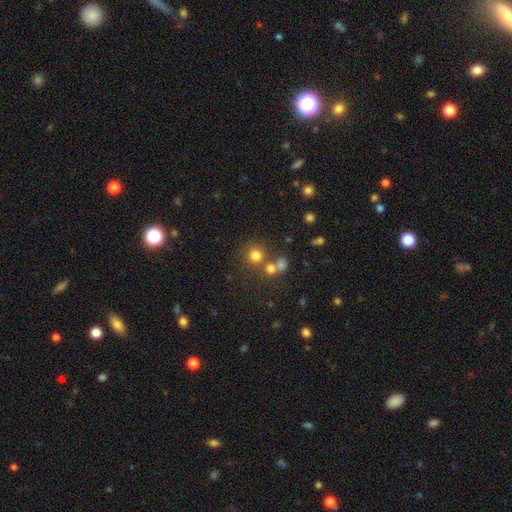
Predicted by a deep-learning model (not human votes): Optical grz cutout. It shows a smooth galaxy with no disk features (76%) that is round (91%). Merging: none (68%).